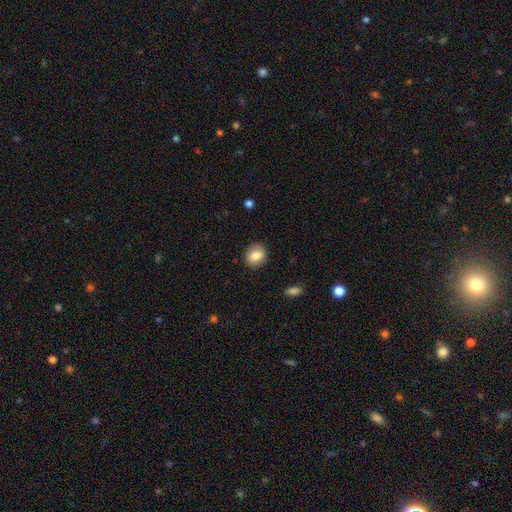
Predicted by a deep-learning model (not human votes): smooth-or-featured: smooth: 83% | featured or disk: 9% | star or artifact: 8%
  how-rounded: round: 64% | in between: 35% | cigar-shaped: 1%
  merging: none: 87% | minor disturbance: 9% | major disturbance: 2% | merger: 1%